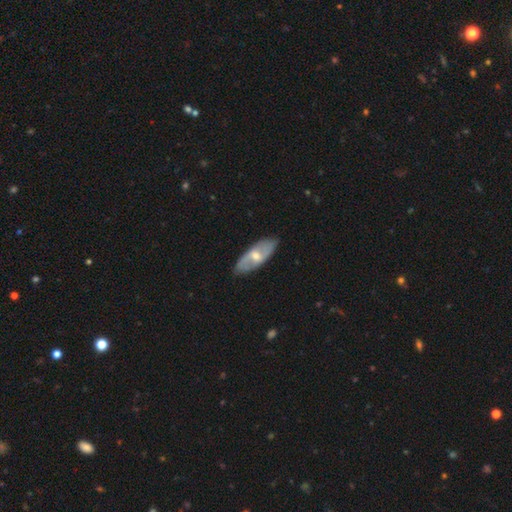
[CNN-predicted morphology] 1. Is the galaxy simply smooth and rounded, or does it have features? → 59% featured or disk, 36% smooth, 5% star or artifact.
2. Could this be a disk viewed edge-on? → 81% no, 19% yes.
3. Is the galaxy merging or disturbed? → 86% none, 11% minor disturbance, 2% major disturbance, 1% merger.